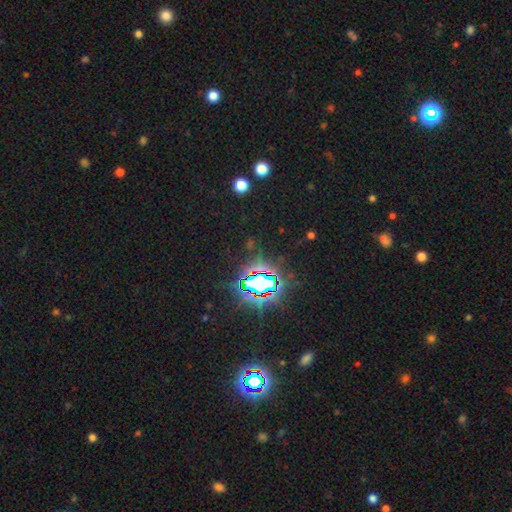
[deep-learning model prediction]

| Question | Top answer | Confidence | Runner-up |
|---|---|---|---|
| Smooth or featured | star or artifact | 83% | smooth (10%) |